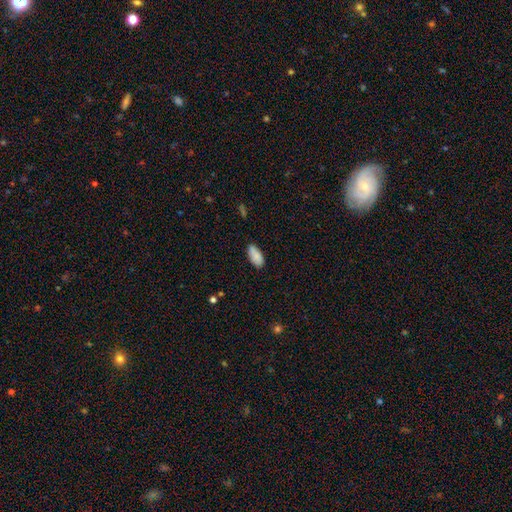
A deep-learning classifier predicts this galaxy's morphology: smooth-or-featured: smooth: 86% | star or artifact: 7% | featured or disk: 7%
  how-rounded: in between: 90% | cigar-shaped: 8% | round: 2%
  merging: none: 75% | minor disturbance: 19% | major disturbance: 3% | merger: 3%